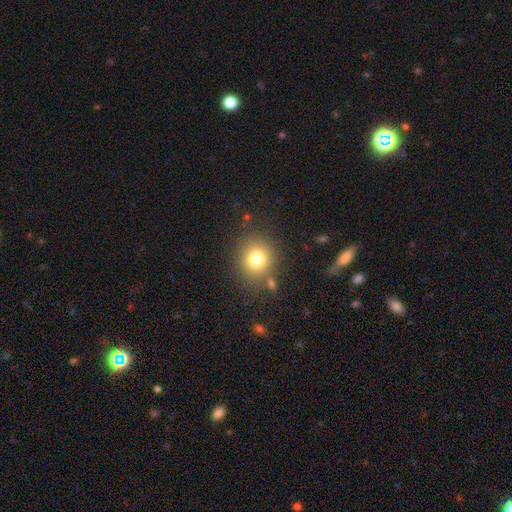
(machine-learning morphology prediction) Overall: smooth (78%). How rounded: round (82%). Merging: none (79%).